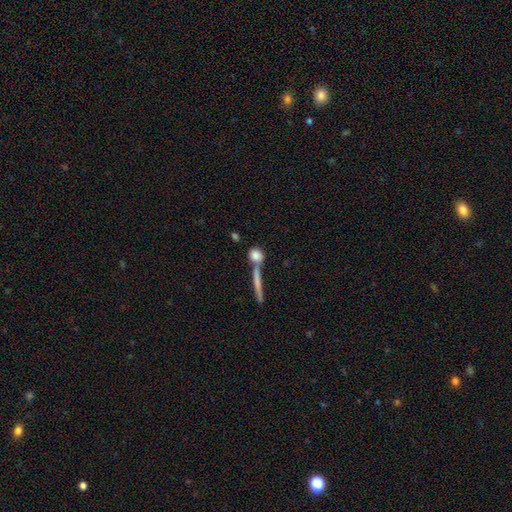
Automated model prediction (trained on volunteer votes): Q: Smooth or featured?
A: smooth (78%); runner-up: featured or disk (14%)
Q: How rounded?
A: round (59%); runner-up: in between (21%)
Q: Merging?
A: none (57%); runner-up: merger (27%)